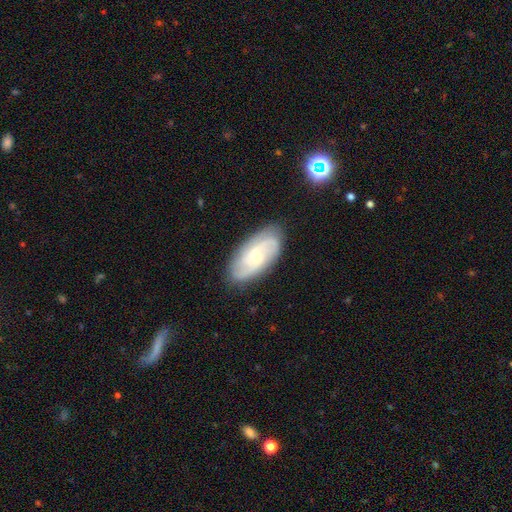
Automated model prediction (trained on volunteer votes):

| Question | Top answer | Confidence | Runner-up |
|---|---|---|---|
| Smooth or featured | featured or disk | 74% | smooth (20%) |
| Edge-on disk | no | 94% | yes (6%) |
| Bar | no | 49% | weak (43%) |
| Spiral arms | yes | 94% | no (6%) |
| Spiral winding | medium | 44% | tight (36%) |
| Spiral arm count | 2 | 39% | can't tell (24%) |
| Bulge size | small | 49% | moderate (46%) |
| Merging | none | 82% | minor disturbance (13%) |